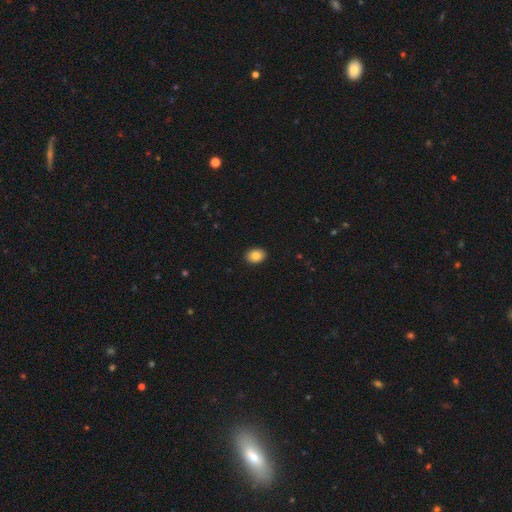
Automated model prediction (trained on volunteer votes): A smooth galaxy with no disk features (86%) that is in between round and cigar-shaped (73%). Merging: none (91%).